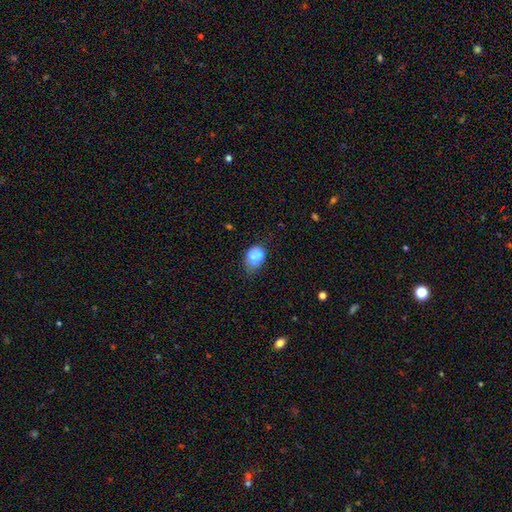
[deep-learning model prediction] smooth-or-featured: smooth: 68% | featured or disk: 23% | star or artifact: 9%
  how-rounded: in between: 62% | round: 37% | cigar-shaped: 1%
  merging: merger: 45% | none: 29% | minor disturbance: 18% | major disturbance: 8%